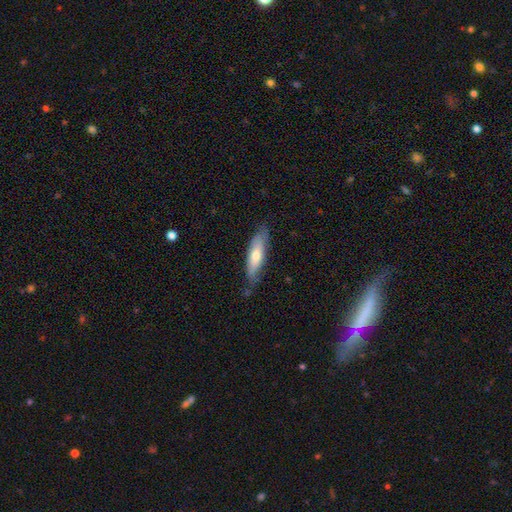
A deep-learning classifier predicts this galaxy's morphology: type=smooth (56%); roundness=cigar-shaped (63%); merging=none (73%).